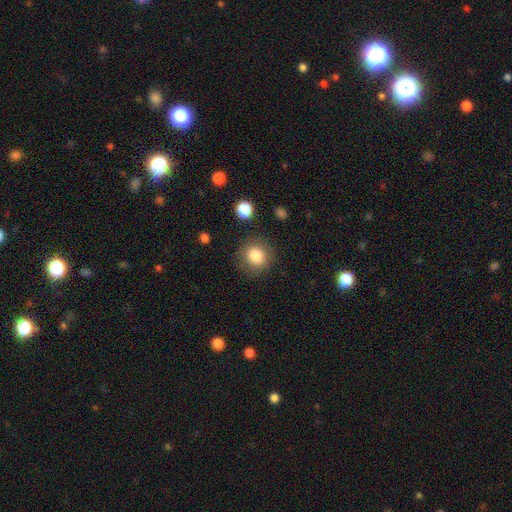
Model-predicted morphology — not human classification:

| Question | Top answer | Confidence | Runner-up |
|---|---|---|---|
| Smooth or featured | smooth | 83% | star or artifact (10%) |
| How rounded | round | 85% | in between (14%) |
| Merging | none | 85% | minor disturbance (9%) |